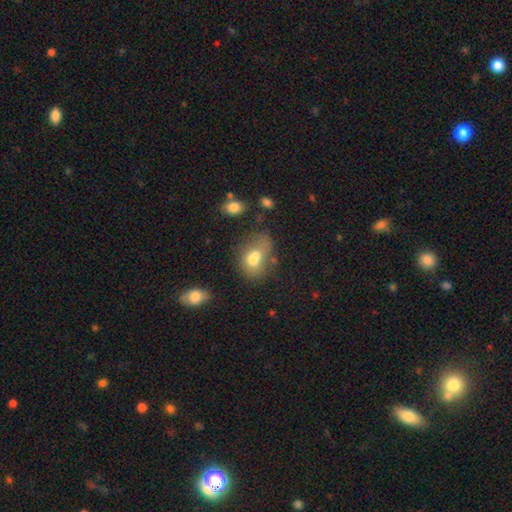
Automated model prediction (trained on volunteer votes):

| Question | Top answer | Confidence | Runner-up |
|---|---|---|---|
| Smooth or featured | smooth | 70% | featured or disk (20%) |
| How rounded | in between | 78% | round (21%) |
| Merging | none | 33% | minor disturbance (25%) |